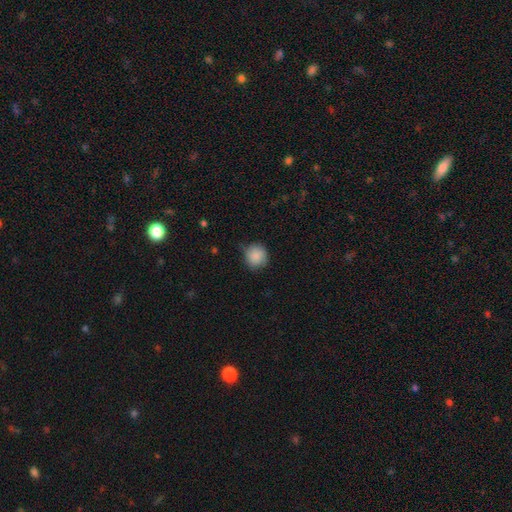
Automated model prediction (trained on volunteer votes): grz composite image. It shows a smooth galaxy with no disk features (87%) that is round (91%). Merging: none (74%).